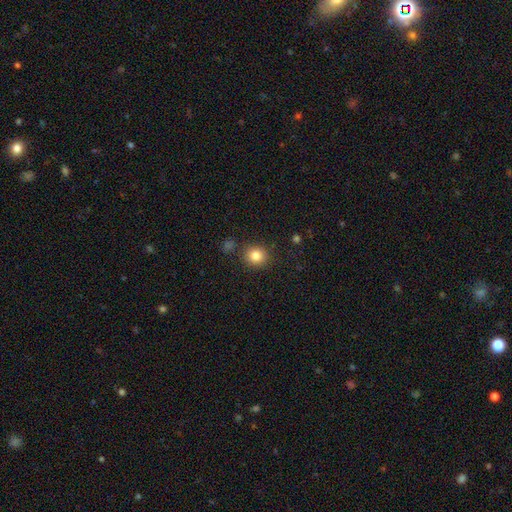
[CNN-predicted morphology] smooth_or_featured: smooth (p=0.83) [alt: star or artifact p=0.11]
how_rounded: round (p=0.84) [alt: in between p=0.15]
merging: none (p=0.87) [alt: minor disturbance p=0.08]